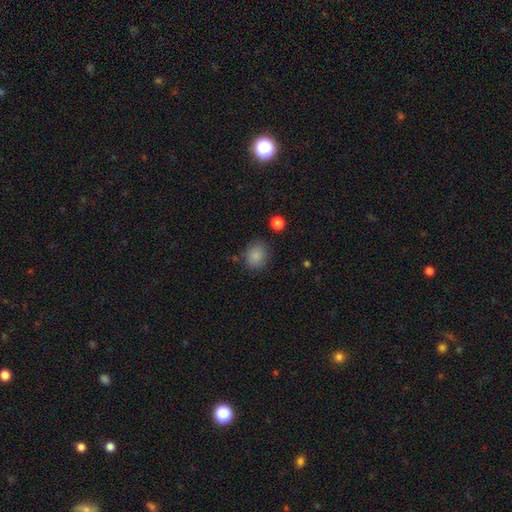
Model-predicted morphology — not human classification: A smooth galaxy with no disk features (86%) that is round (69%).

Vote fractions:
- Smooth or featured? smooth: 86% / star or artifact: 10% / featured or disk: 4%
- How rounded? round: 69% / in between: 30% / cigar-shaped: 1%
- Merging? none: 83% / minor disturbance: 12% / major disturbance: 3% / merger: 2%